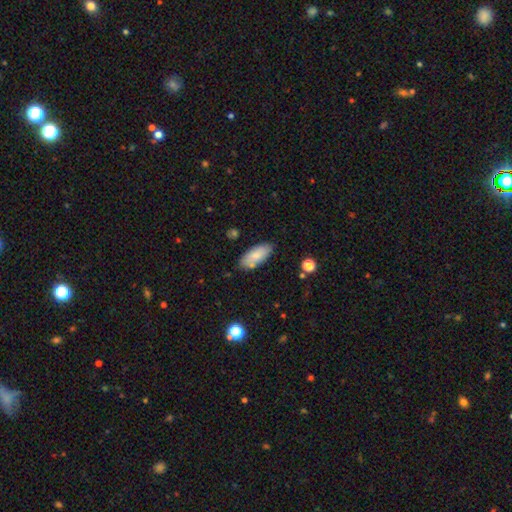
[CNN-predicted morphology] smooth_or_featured: smooth (p=0.83) [alt: featured or disk p=0.11]
how_rounded: in between (p=0.86) [alt: cigar-shaped p=0.13]
merging: none (p=0.79) [alt: minor disturbance p=0.13]